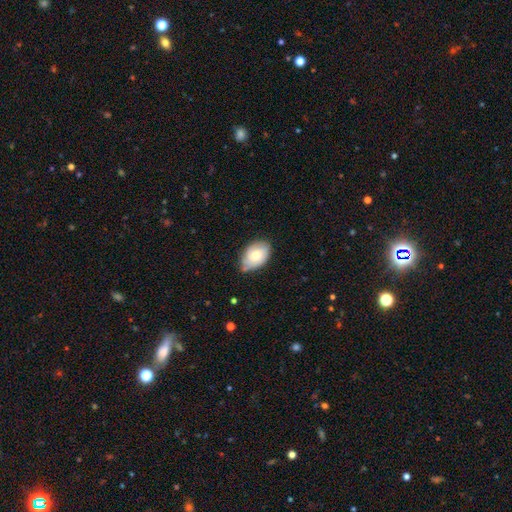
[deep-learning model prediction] Overall: smooth (70%). How rounded: in between (87%). Merging: none (62%; minor disturbance 31%).